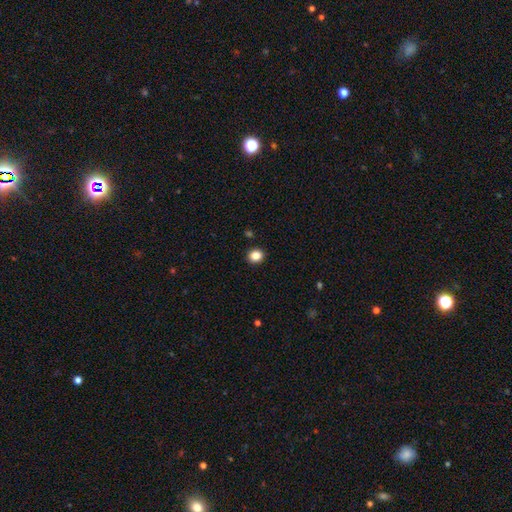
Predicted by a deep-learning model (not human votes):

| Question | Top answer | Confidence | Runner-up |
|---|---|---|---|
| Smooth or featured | smooth | 85% | star or artifact (11%) |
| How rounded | round | 76% | in between (23%) |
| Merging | none | 92% | minor disturbance (5%) |